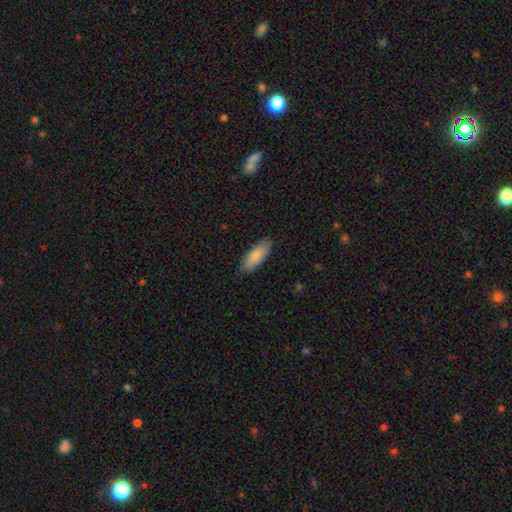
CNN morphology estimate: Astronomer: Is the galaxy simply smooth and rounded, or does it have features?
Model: smooth — 84%.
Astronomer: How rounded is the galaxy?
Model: in between — 73%.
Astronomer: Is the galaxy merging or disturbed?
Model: none — 86%.